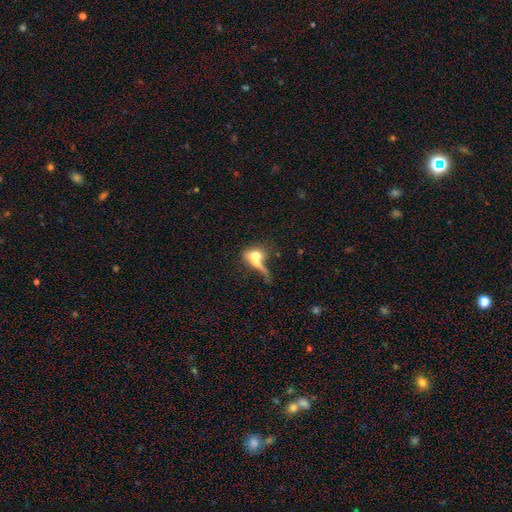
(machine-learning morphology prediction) Smooth or featured? Predicted: smooth (p=0.61). How rounded? Predicted: in between (p=0.51). Merging? Predicted: merger (p=0.44).